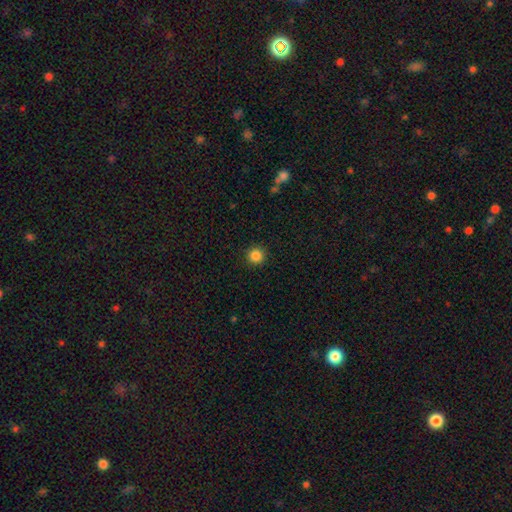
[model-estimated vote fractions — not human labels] smooth_or_featured: smooth (p=0.85) [alt: star or artifact p=0.11]
how_rounded: round (p=0.96) [alt: in between p=0.04]
merging: none (p=0.92) [alt: minor disturbance p=0.05]